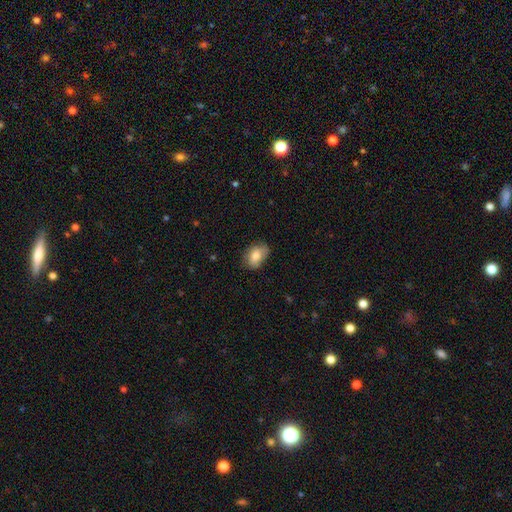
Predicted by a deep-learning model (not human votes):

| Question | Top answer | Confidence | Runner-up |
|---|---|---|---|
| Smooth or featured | smooth | 77% | featured or disk (16%) |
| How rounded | in between | 85% | round (13%) |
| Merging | none | 69% | minor disturbance (25%) |